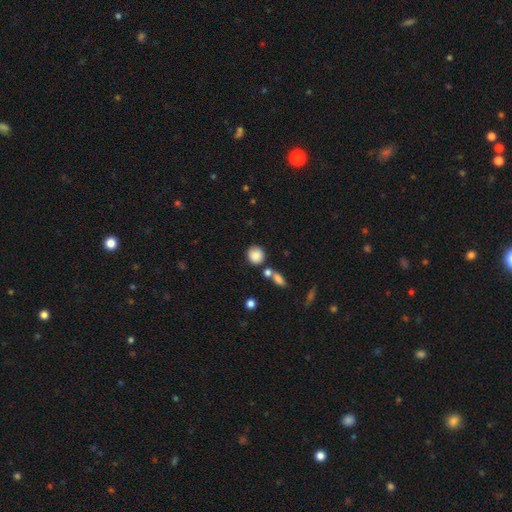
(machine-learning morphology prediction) Smooth or featured? smooth (86%)
How rounded? round (81%)
Merging? none (71%)